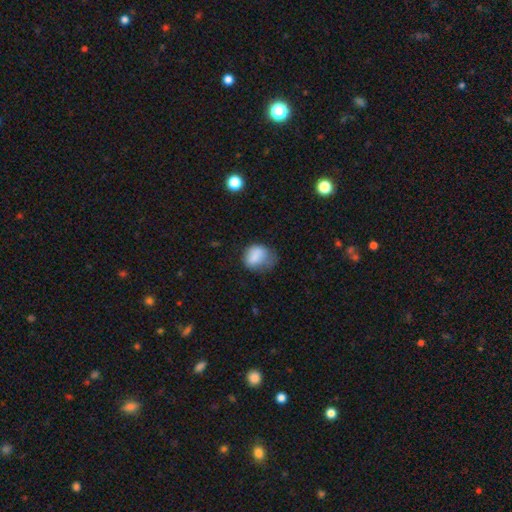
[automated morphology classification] smooth_or_featured: smooth (p=0.80) [alt: featured or disk p=0.11]
how_rounded: round (p=0.50) [alt: in between p=0.49]
merging: minor disturbance (p=0.37) [alt: none p=0.36]